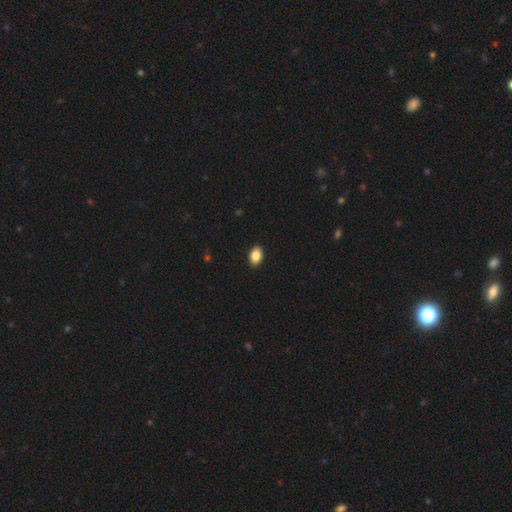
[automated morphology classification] smooth_or_featured: smooth (p=0.86) [alt: star or artifact p=0.08]
how_rounded: in between (p=0.86) [alt: round p=0.12]
merging: none (p=0.91) [alt: minor disturbance p=0.06]